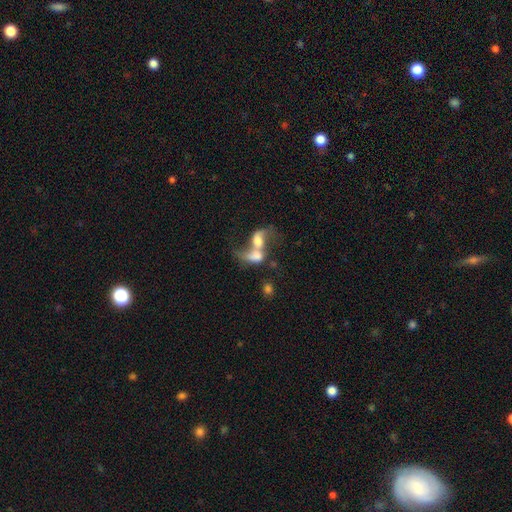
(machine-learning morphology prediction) Smooth or featured? Predicted: featured or disk (p=0.47). Merging? Predicted: merger (p=0.77).